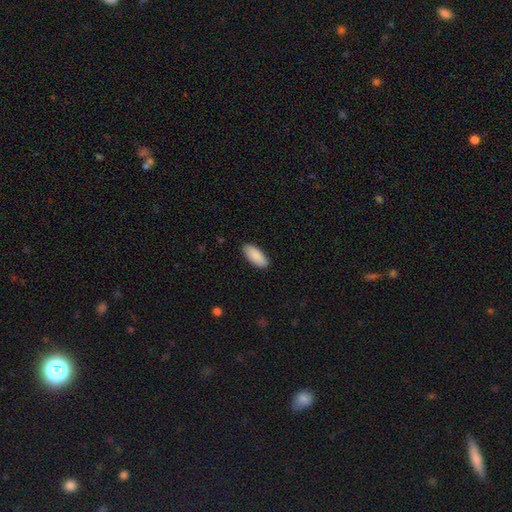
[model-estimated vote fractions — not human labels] The model was most divided on "how rounded": in between: 85%, cigar-shaped: 14%, round: 2%. More confident: smooth or featured — smooth (91%); merging — none (88%).